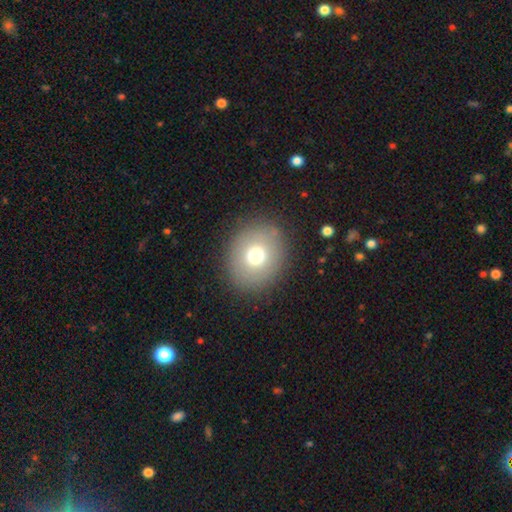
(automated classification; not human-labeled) A smooth galaxy with no disk features (72%) that is round (72%). Merging: none (87%).